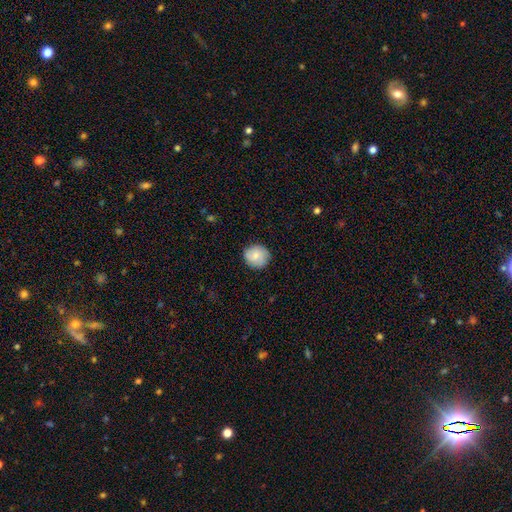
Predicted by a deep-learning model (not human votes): Smooth or featured?
  - smooth: 79% *
  - featured or disk: 14%
  - star or artifact: 7%
How rounded?
  - round: 89% *
  - in between: 10%
  - cigar-shaped: 1%
Merging?
  - none: 86% *
  - minor disturbance: 11%
  - major disturbance: 2%
  - merger: 1%